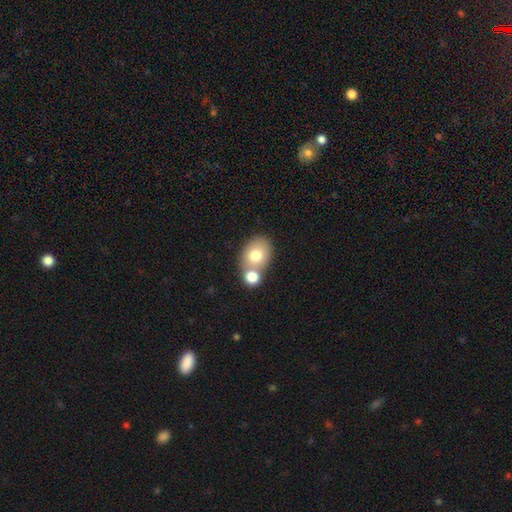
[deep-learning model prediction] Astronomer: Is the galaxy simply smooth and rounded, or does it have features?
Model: smooth — 75%.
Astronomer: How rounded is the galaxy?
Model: in between — 61% (runner-up: round, 38%).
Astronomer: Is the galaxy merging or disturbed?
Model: merger — 51% (runner-up: none, 37%).